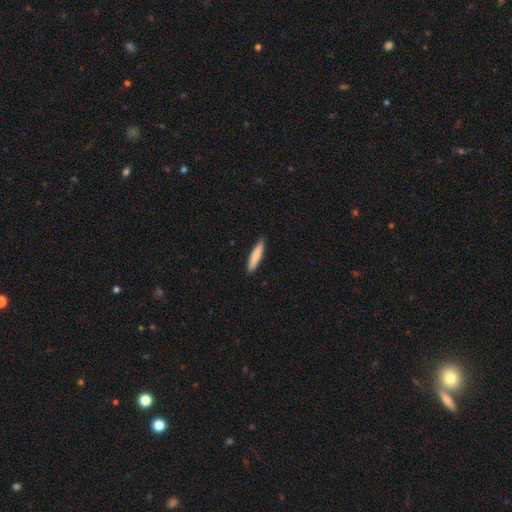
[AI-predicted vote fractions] This is clearly a smooth galaxy (82%). How rounded: clearly cigar-shaped (86%). Merging: clearly none (90%).